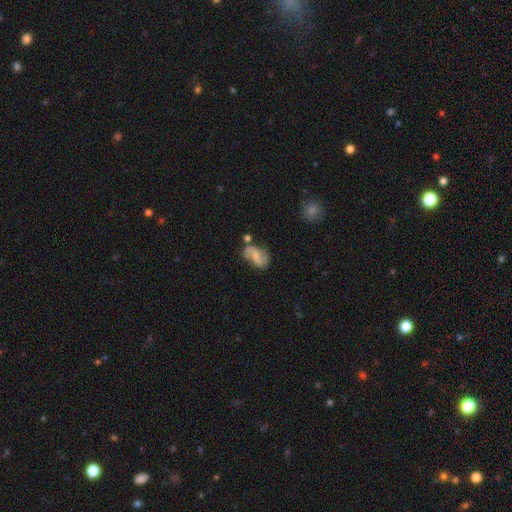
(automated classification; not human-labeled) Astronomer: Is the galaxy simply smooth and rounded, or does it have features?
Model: featured or disk — 70%.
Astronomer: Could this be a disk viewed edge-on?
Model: no — 97%.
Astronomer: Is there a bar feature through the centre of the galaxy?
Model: weak — 48% (runner-up: no, 36%).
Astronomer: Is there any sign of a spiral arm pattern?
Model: yes — 92%.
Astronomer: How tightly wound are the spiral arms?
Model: loose — 44% (runner-up: medium, 42%).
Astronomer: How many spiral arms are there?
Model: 2 — 89%.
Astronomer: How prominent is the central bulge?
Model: none — 35% (runner-up: small, 33%).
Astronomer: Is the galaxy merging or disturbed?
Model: none — 61%.